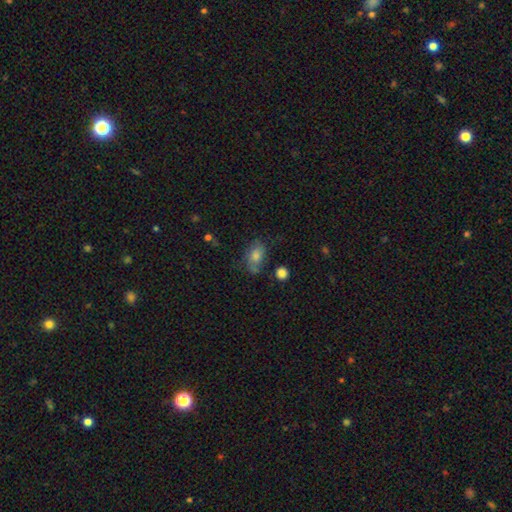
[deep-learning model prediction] smooth_or_featured: smooth (p=0.61) [alt: featured or disk p=0.24]
how_rounded: in between (p=0.78) [alt: round p=0.20]
merging: none (p=0.60) [alt: minor disturbance p=0.24]